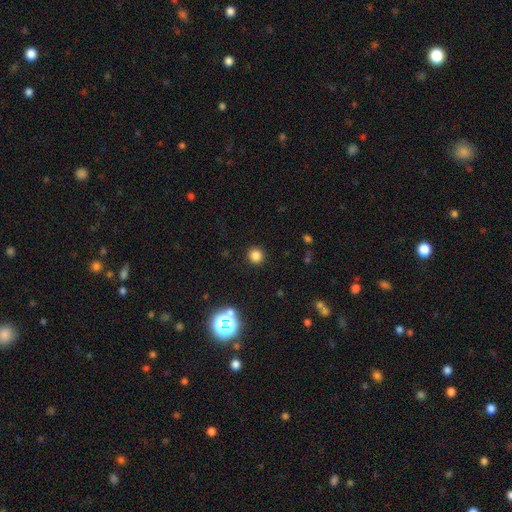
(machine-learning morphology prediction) The model was most divided on "smooth or featured": smooth: 80%, star or artifact: 15%, featured or disk: 4%. More confident: how rounded — round (92%); merging — none (91%).